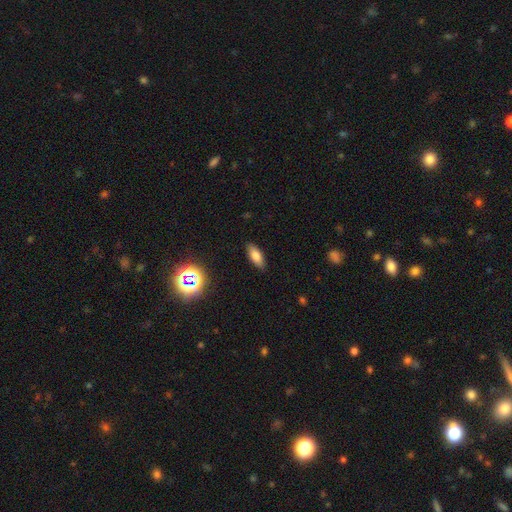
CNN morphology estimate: smooth_or_featured: smooth (p=0.76) [alt: featured or disk p=0.13]
how_rounded: in between (p=0.76) [alt: cigar-shaped p=0.21]
merging: none (p=0.88) [alt: minor disturbance p=0.09]